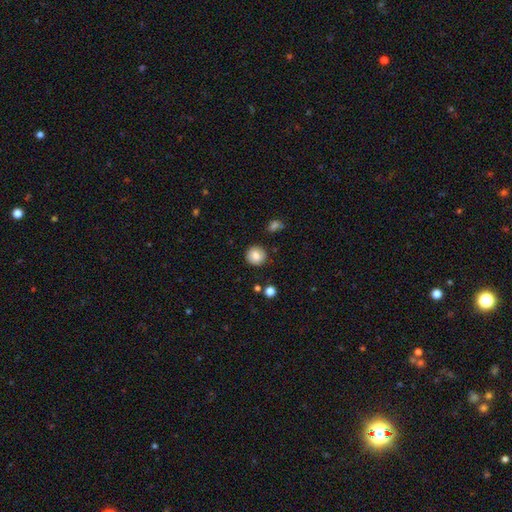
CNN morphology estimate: Smooth or featured: smooth — 80% (featured or disk — 11%)
How rounded: round — 92% (in between — 7%)
Merging: none — 88% (minor disturbance — 8%)